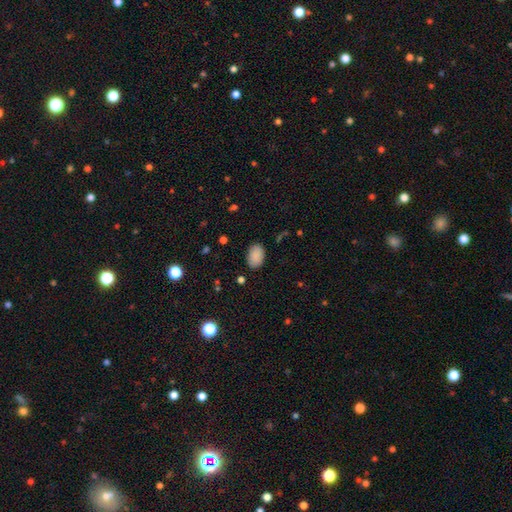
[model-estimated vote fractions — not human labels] smooth_or_featured: smooth (p=0.89) [alt: star or artifact p=0.08]
how_rounded: in between (p=0.88) [alt: round p=0.11]
merging: none (p=0.86) [alt: minor disturbance p=0.10]